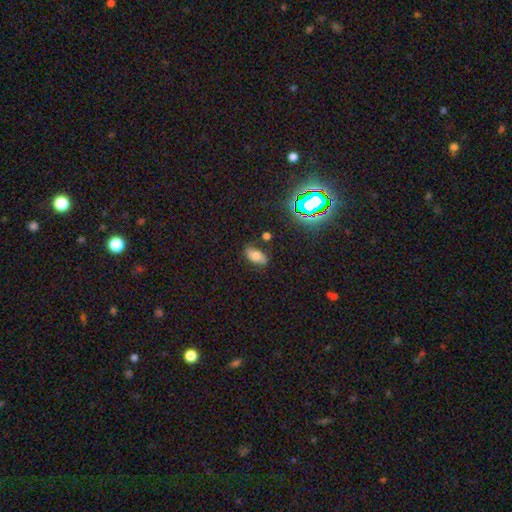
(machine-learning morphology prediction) This appears to be a smooth galaxy with no disk features (68%) that is in between round and cigar-shaped (90%). Merging: none (76%).